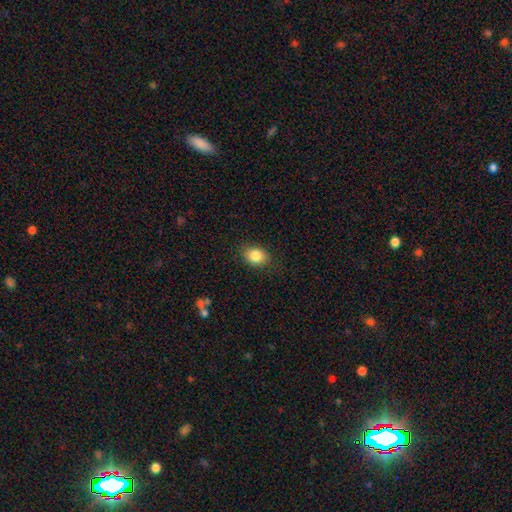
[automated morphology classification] Overall: smooth (84%). How rounded: in between (61%; round 38%). Merging: none (84%).